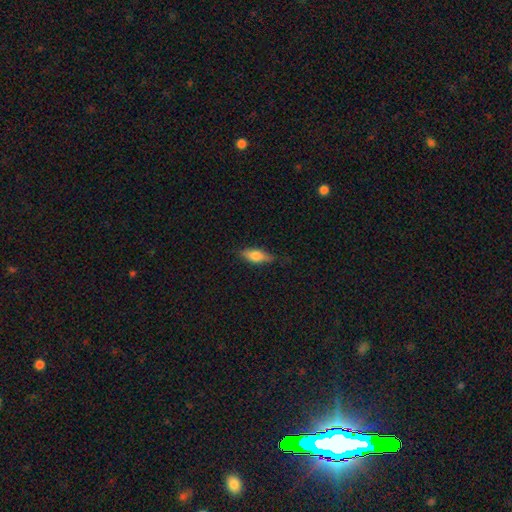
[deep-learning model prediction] Morphology: type=smooth (66%); roundness=in between (67%); merging=none (79%).